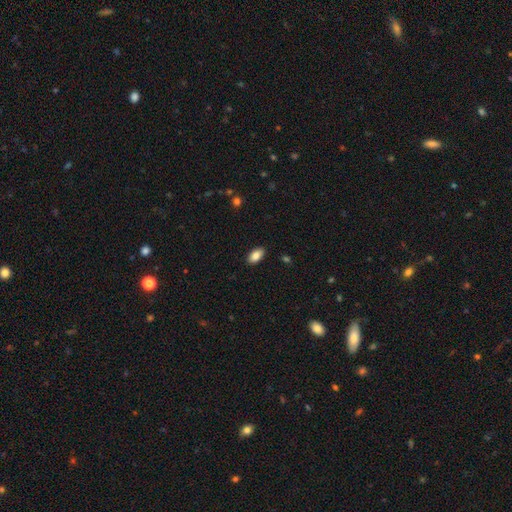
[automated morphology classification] This appears to be a smooth galaxy with no disk features (86%) that is in between round and cigar-shaped (93%). Merging: none (89%).